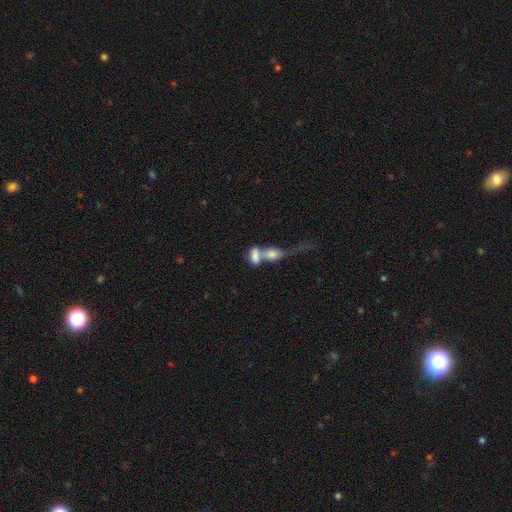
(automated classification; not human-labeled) Morphology: type=smooth (74%); roundness=in between (81%); merging=merger (72%).